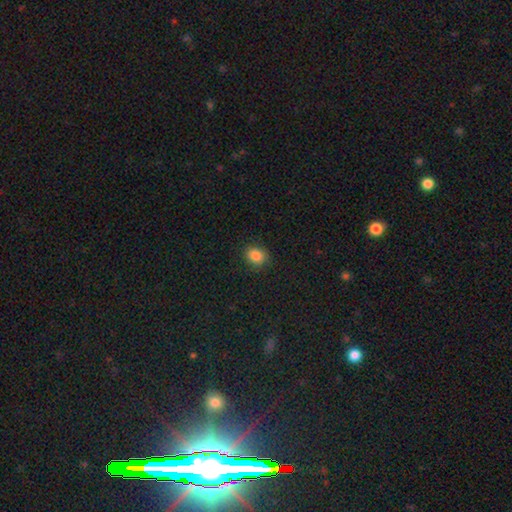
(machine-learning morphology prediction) Smooth or featured? smooth (84%)
How rounded? round (56%)
Merging? none (87%)